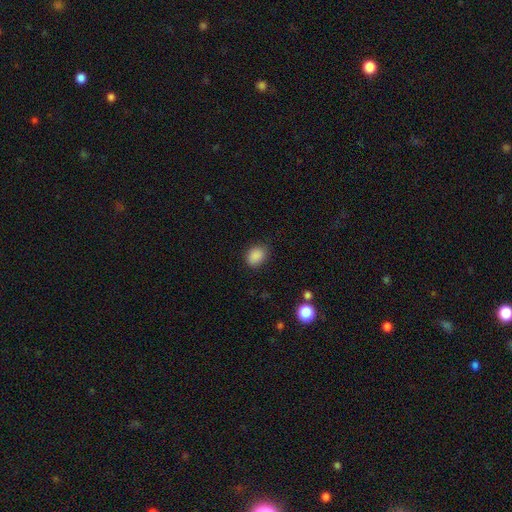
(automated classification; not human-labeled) Morphology: type=smooth (87%); roundness=in between (60%); merging=none (82%).